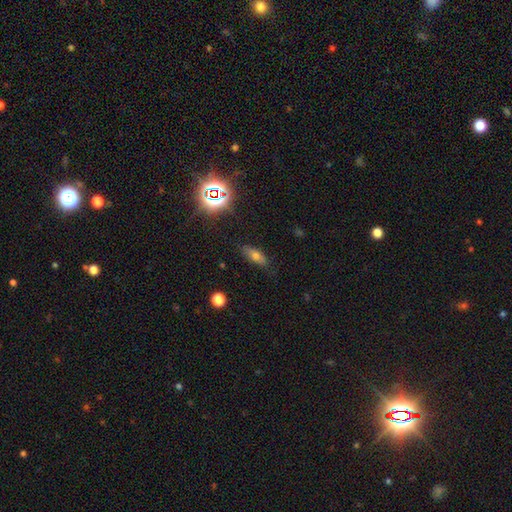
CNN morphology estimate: smooth_or_featured: smooth (p=0.64) [alt: featured or disk p=0.20]
how_rounded: in between (p=0.72) [alt: cigar-shaped p=0.22]
merging: none (p=0.80) [alt: minor disturbance p=0.15]